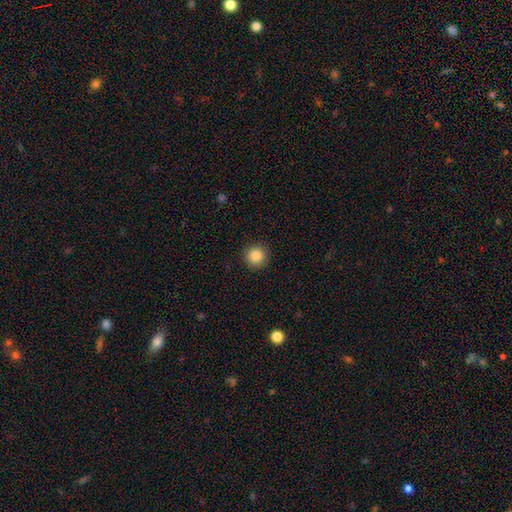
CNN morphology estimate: Q: Smooth or featured?
A: smooth (86%); runner-up: star or artifact (10%)
Q: How rounded?
A: round (94%); runner-up: in between (5%)
Q: Merging?
A: none (91%); runner-up: minor disturbance (6%)